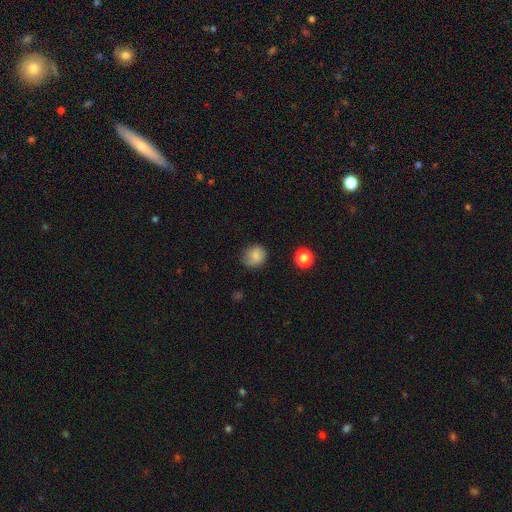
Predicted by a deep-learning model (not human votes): Smooth or featured?
  - smooth: 83% *
  - star or artifact: 10%
  - featured or disk: 7%
How rounded?
  - round: 78% *
  - in between: 21%
  - cigar-shaped: 1%
Merging?
  - none: 75% *
  - minor disturbance: 19%
  - major disturbance: 5%
  - merger: 1%